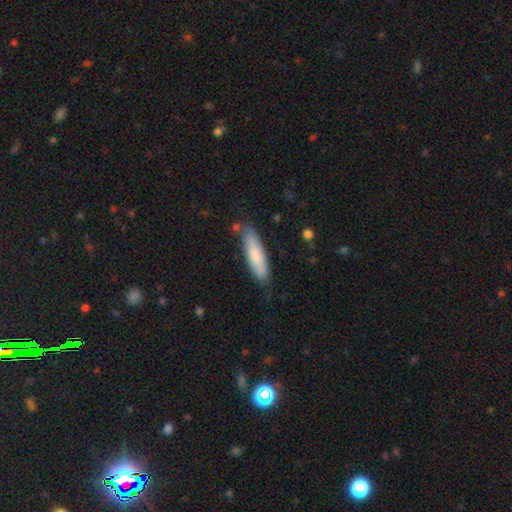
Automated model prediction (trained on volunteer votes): Morphology: type=smooth (79%); roundness=cigar-shaped (71%); merging=none (74%).